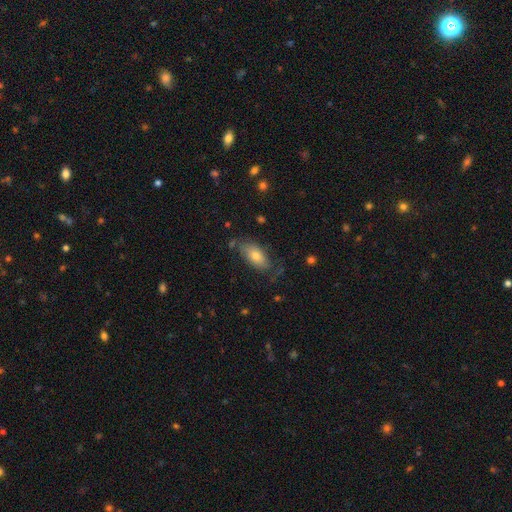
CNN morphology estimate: This is likely a smooth galaxy (68%). How rounded: clearly in between (87%). Merging: likely none (65%).